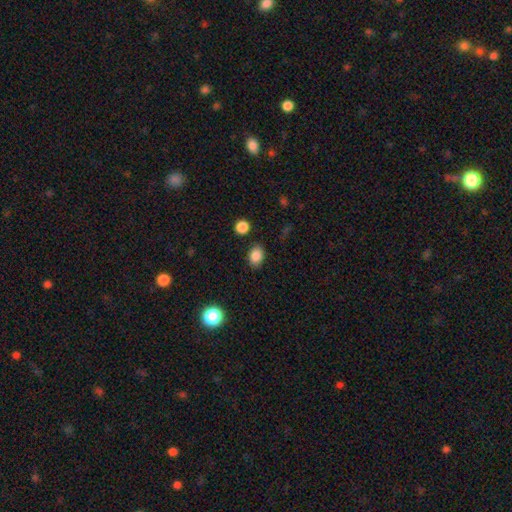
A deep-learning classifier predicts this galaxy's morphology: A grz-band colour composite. It shows a smooth galaxy with no disk features (86%) that is in between round and cigar-shaped (70%). Merging: none (86%).